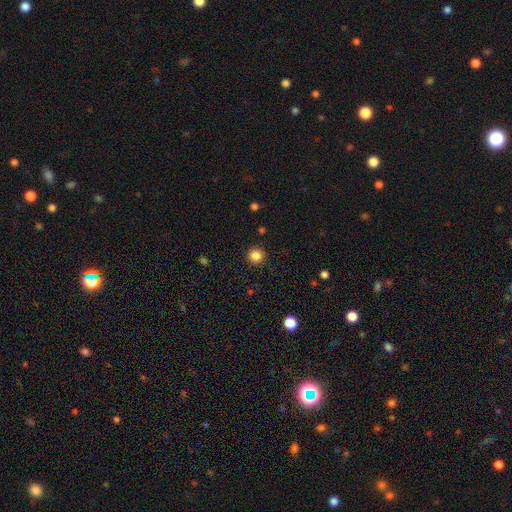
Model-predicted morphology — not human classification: Smooth or featured: smooth — 84% (star or artifact — 12%)
How rounded: round — 93% (in between — 6%)
Merging: none — 91% (minor disturbance — 6%)